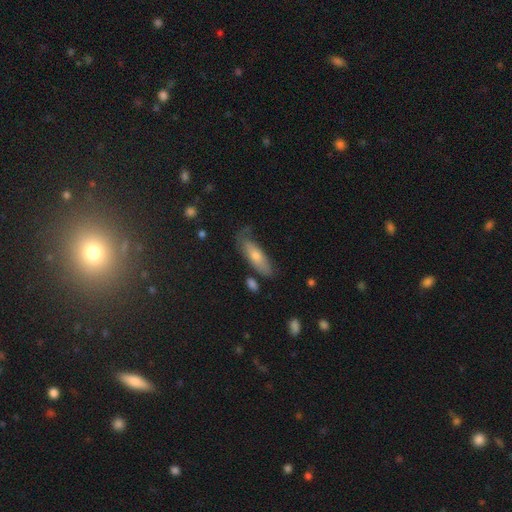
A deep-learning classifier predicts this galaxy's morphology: Q: Smooth or featured?
A: smooth (61%); runner-up: featured or disk (31%)
Q: How rounded?
A: in between (54%); runner-up: cigar-shaped (43%)
Q: Merging?
A: none (60%); runner-up: minor disturbance (27%)